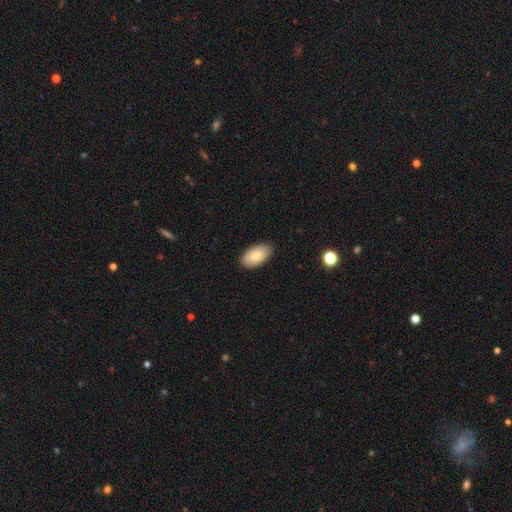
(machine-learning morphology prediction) Overall: smooth (83%). How rounded: in between (95%). Merging: none (87%).